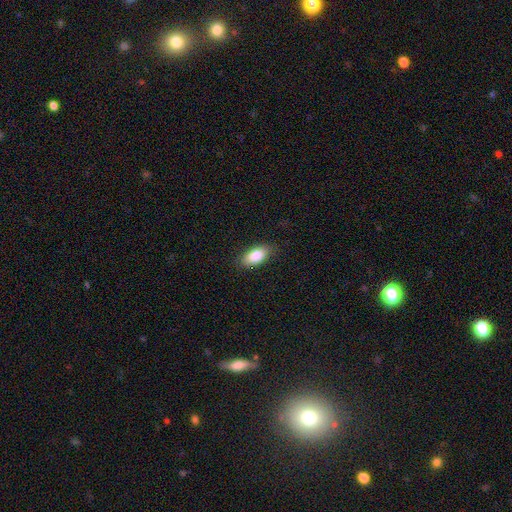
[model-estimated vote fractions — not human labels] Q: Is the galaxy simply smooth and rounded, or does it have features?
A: smooth — 87%.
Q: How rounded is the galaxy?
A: in between — 91%.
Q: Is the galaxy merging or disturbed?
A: none — 84%.